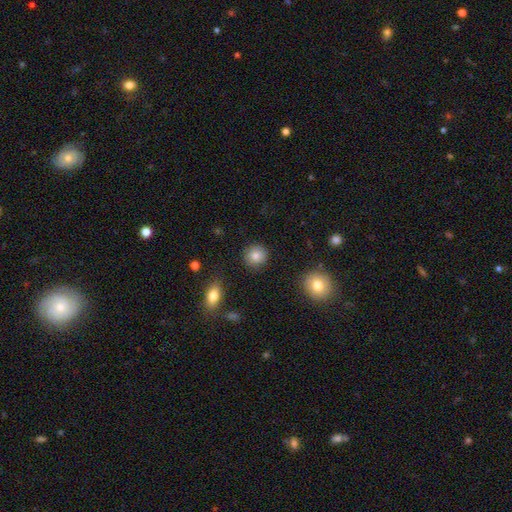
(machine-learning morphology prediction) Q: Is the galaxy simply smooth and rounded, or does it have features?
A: smooth — 84%.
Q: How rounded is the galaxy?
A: round — 90%.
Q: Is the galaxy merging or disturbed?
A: none — 89%.